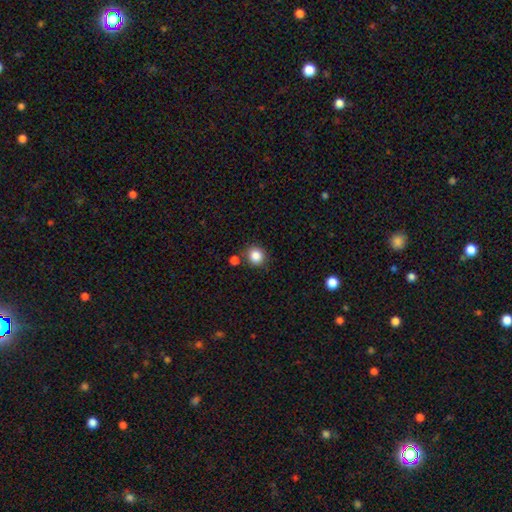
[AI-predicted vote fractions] Smooth or featured? Predicted: smooth (p=0.86). How rounded? Predicted: round (p=0.90). Merging? Predicted: none (p=0.79).